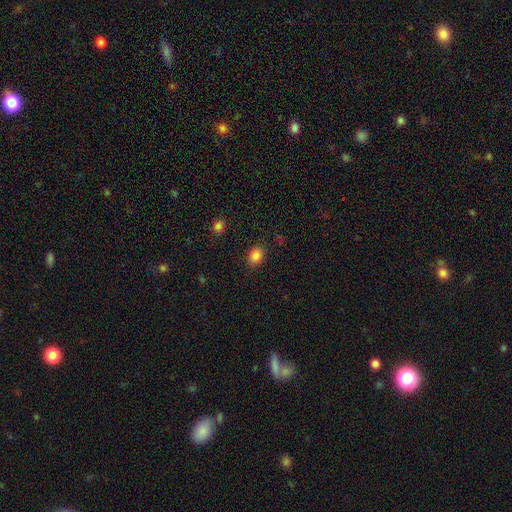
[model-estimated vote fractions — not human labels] This is clearly a smooth galaxy (86%). How rounded: possibly in between (58%). Merging: clearly none (86%).